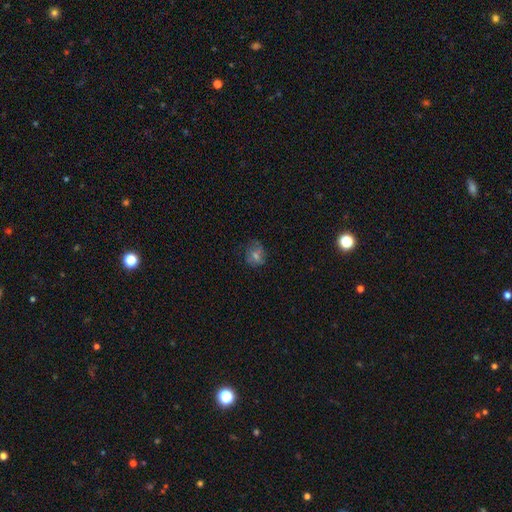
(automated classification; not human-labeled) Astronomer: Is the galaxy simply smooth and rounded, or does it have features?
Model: smooth — 49% (runner-up: featured or disk, 28%).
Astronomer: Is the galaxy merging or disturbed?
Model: none — 66%.